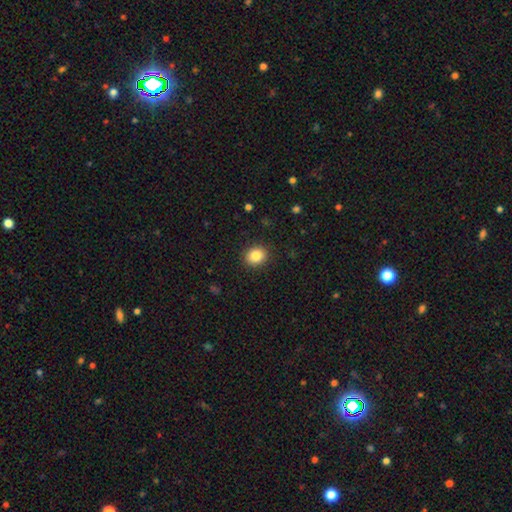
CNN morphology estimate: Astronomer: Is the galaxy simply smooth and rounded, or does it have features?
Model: smooth — 84%.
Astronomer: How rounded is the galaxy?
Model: round — 66%.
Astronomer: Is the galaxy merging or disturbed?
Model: none — 90%.